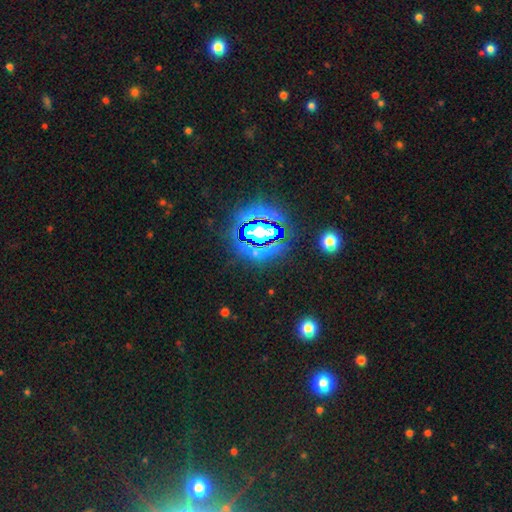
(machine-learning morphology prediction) This is likely a star or artifact rather than a galaxy (75%).